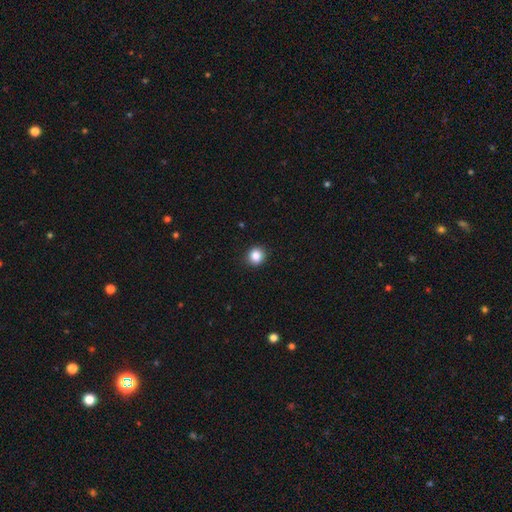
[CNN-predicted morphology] smooth-or-featured: smooth: 86% | star or artifact: 10% | featured or disk: 4%
  how-rounded: round: 87% | in between: 12% | cigar-shaped: 1%
  merging: none: 90% | minor disturbance: 7% | major disturbance: 2% | merger: 1%